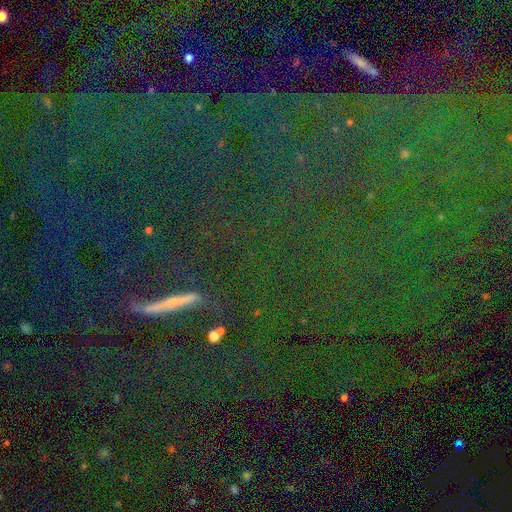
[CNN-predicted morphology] type=star or artifact (78%).